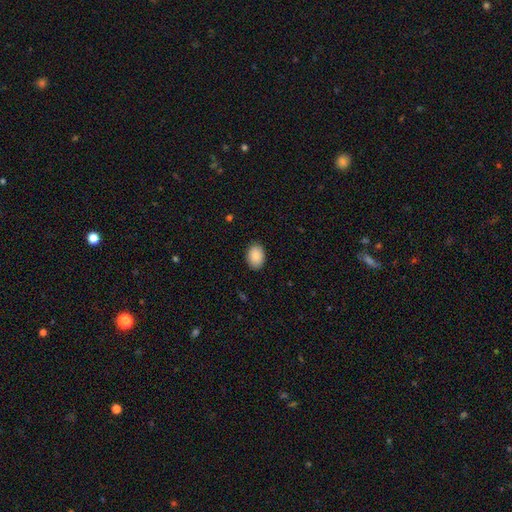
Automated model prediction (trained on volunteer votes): A smooth galaxy with no disk features (88%) that is in between round and cigar-shaped (85%). Merging: none (89%).